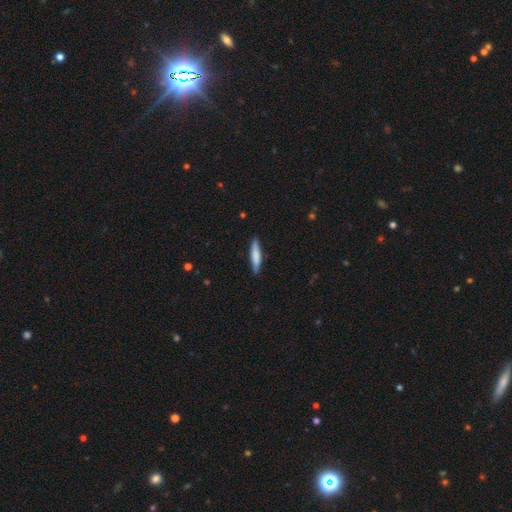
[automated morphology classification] Smooth or featured: smooth — 71% (featured or disk — 23%)
How rounded: cigar-shaped — 86% (in between — 12%)
Merging: none — 86% (minor disturbance — 11%)